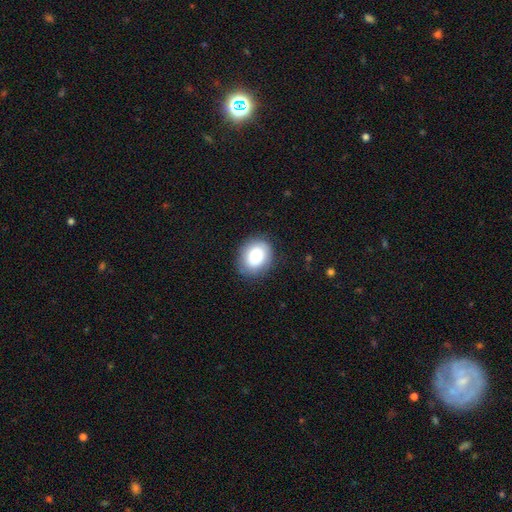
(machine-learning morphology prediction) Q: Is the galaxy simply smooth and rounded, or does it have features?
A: smooth — 79%.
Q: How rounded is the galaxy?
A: round — 50%.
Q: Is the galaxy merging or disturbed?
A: none — 84%.